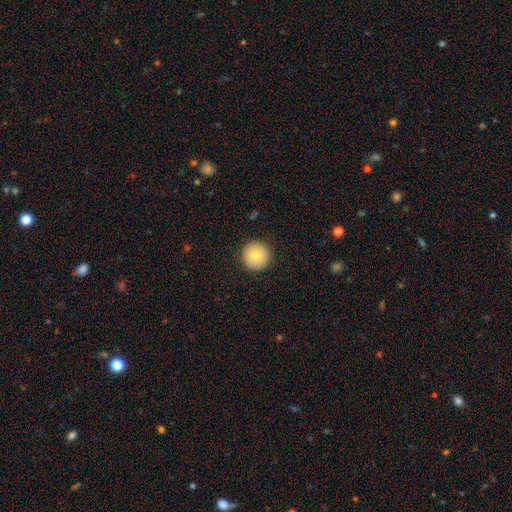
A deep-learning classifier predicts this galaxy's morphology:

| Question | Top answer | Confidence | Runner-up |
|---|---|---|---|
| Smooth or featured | smooth | 81% | featured or disk (11%) |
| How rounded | round | 96% | in between (3%) |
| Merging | none | 91% | minor disturbance (6%) |